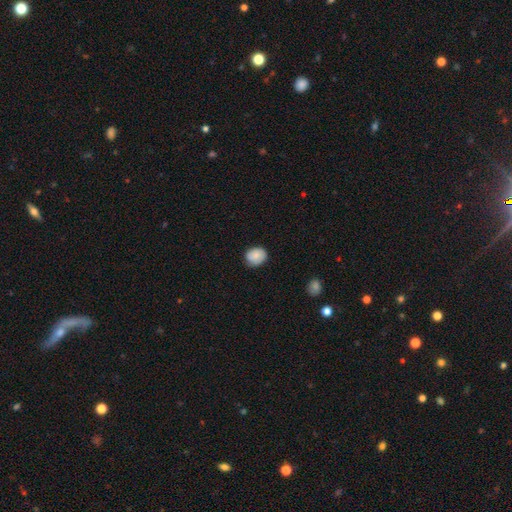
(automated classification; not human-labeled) The model was most divided on "how rounded": round: 59%, in between: 40%, cigar-shaped: 1%. More confident: smooth or featured — smooth (85%); merging — none (80%).